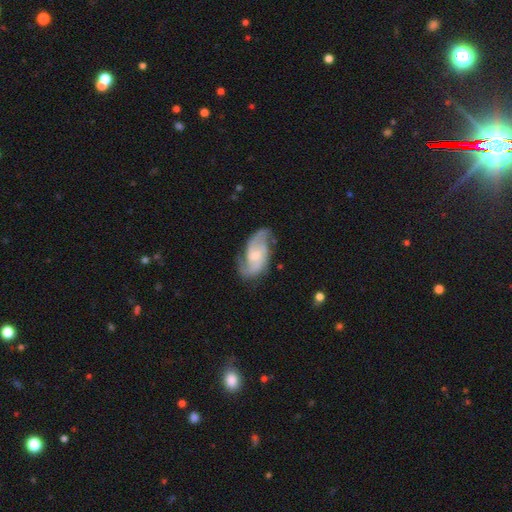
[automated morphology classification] type=featured or disk (85%); edge-on=no (97%); bar=weak (49%); spiral arms=yes (96%); winding=medium (52%); arm count=2 (77%); bulge=small (54%); merging=none (68%).